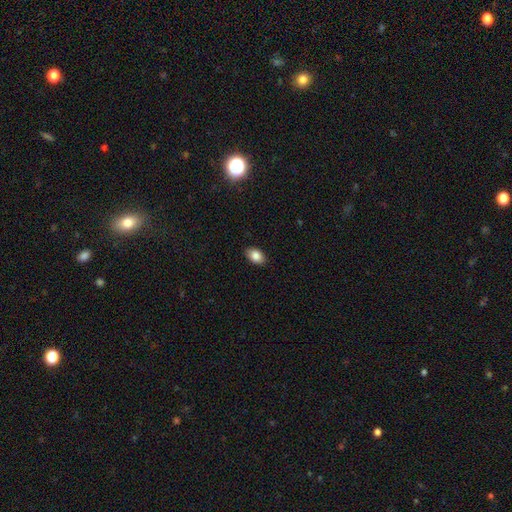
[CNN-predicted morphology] type=smooth (85%); roundness=in between (88%); merging=none (89%).